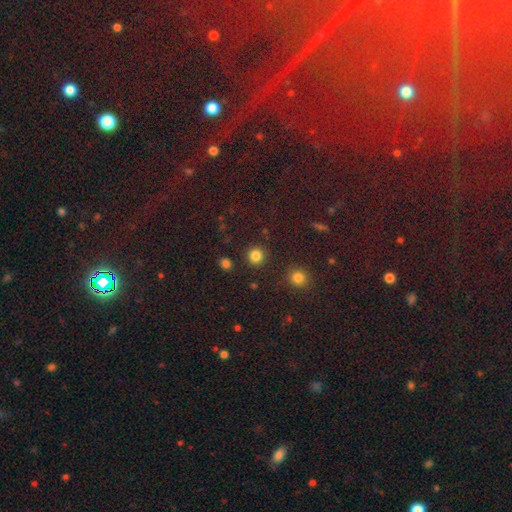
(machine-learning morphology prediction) This appears to be a smooth galaxy with no disk features (83%) that is round (93%). Merging: none (90%).